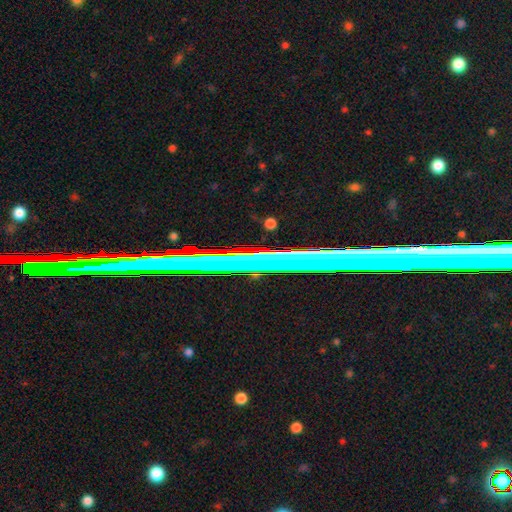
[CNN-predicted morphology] Smooth or featured: star or artifact — 49% (featured or disk — 36%)